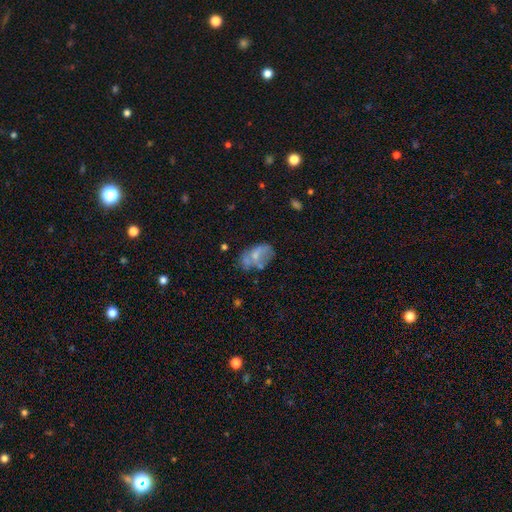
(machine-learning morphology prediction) type=smooth (47%); merging=none (42%).